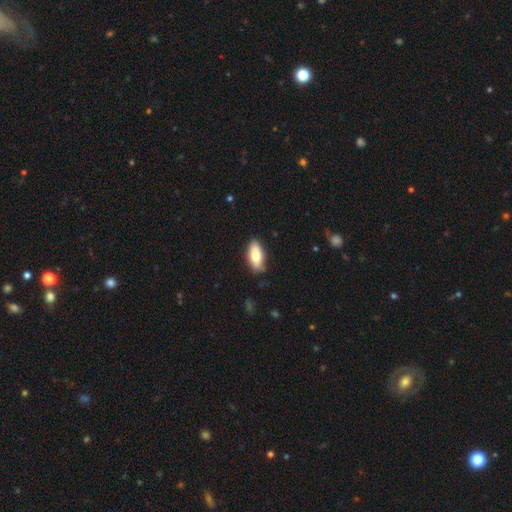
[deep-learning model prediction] The model was most divided on "merging": none: 79%, minor disturbance: 17%, major disturbance: 3%, merger: 1%. More confident: how rounded — in between (88%); smooth or featured — smooth (80%).